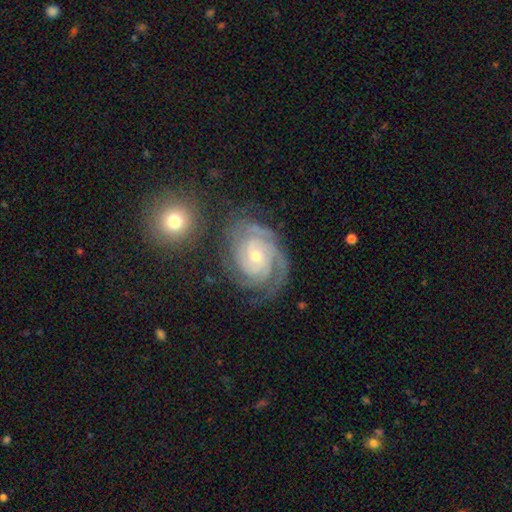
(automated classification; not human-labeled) featured or disk 90%, smooth 5%, star or artifact 5%. Down the decision tree: edge-on disk — no (97%); bar — no (69%); spiral arms — yes (98%); spiral arm count — 3 (37%); spiral winding — tight (74%); bulge size — small (62%); merging — none (68%).